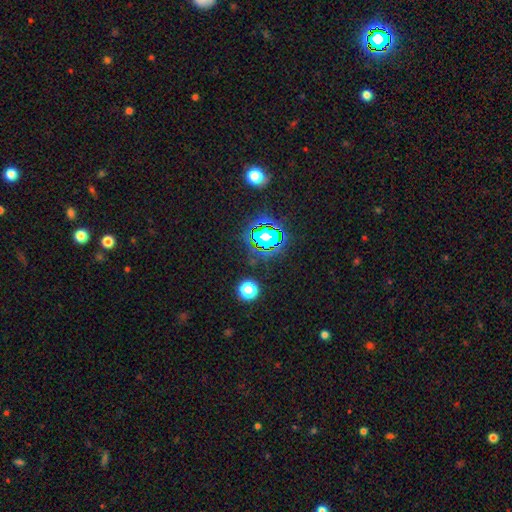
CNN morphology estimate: Smooth or featured? star or artifact (79%)